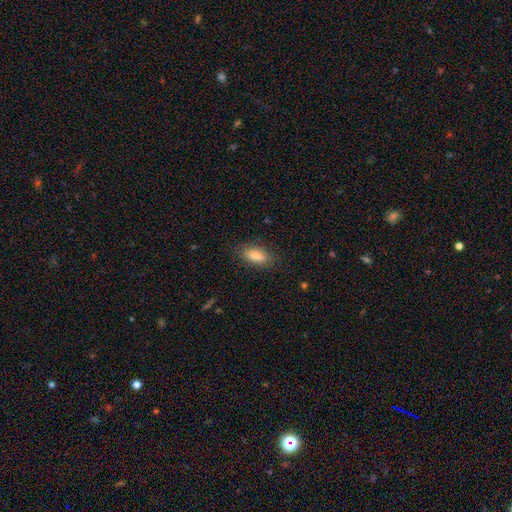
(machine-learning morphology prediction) Smooth or featured: smooth — 83% (featured or disk — 9%)
How rounded: in between — 82% (cigar-shaped — 15%)
Merging: none — 84% (minor disturbance — 12%)